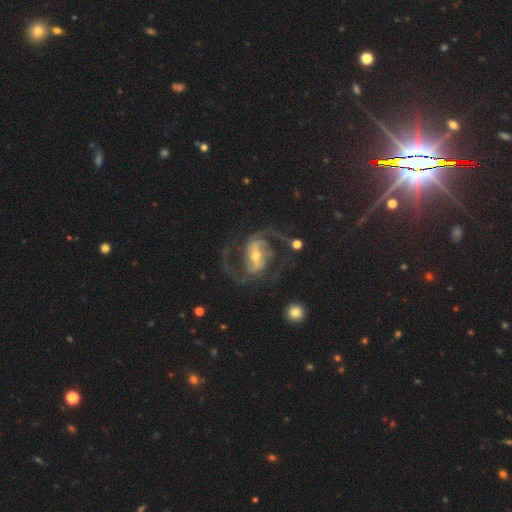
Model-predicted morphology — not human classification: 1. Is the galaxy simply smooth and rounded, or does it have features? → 91% featured or disk, 5% star or artifact, 4% smooth.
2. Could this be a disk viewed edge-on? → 98% no, 2% yes.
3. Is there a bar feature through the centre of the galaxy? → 49% strong, 36% weak, 14% no.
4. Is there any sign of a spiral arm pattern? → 98% yes, 2% no.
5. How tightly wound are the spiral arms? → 60% medium, 25% loose, 14% tight.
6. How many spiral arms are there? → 91% 2, 3% 3, 2% can't tell, 1% 1, 1% 4, 1% more than 4.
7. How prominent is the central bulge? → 48% moderate, 46% small, 3% large, 1% none, 1% dominant.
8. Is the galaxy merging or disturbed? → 72% none, 13% minor disturbance, 13% major disturbance, 2% merger.